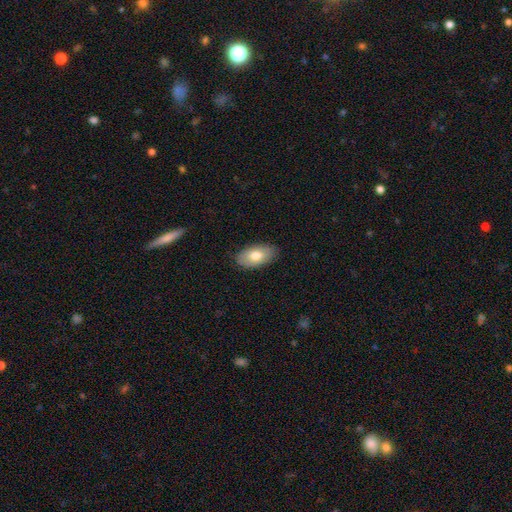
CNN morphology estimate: The model was most divided on "smooth or featured": smooth: 76%, featured or disk: 18%, star or artifact: 6%. More confident: how rounded — in between (94%); merging — none (86%).